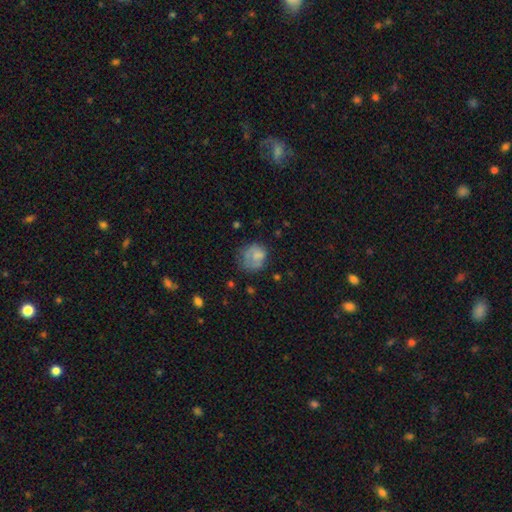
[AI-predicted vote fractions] Q: Smooth or featured?
A: smooth (65%); runner-up: featured or disk (25%)
Q: How rounded?
A: round (71%); runner-up: in between (28%)
Q: Merging?
A: none (46%); runner-up: minor disturbance (28%)